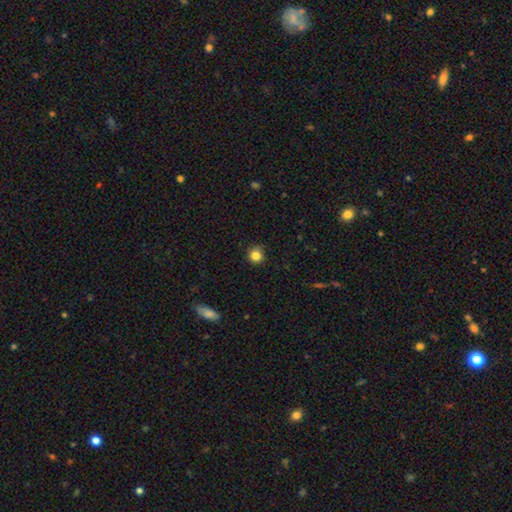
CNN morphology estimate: smooth-or-featured: smooth: 84% | star or artifact: 12% | featured or disk: 5%
  how-rounded: round: 92% | in between: 7% | cigar-shaped: 1%
  merging: none: 86% | minor disturbance: 11% | major disturbance: 2% | merger: 1%